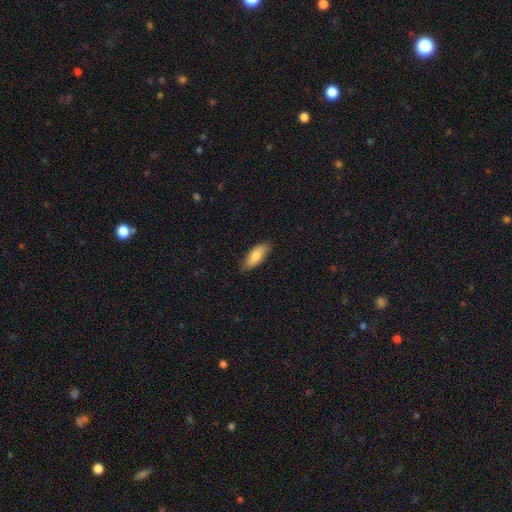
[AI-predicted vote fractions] Smooth or featured? smooth (82%)
How rounded? in between (73%)
Merging? none (84%)